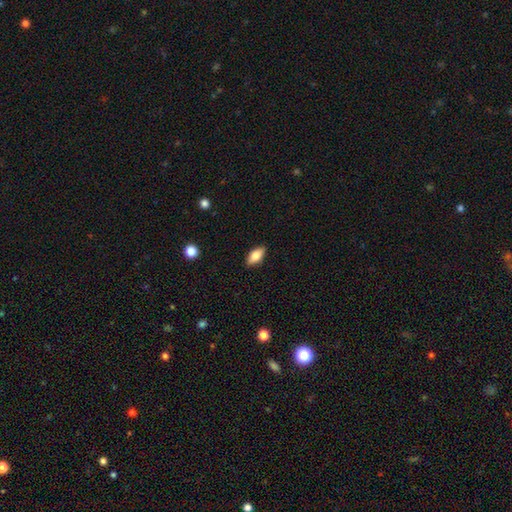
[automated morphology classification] This appears to be a smooth galaxy with no disk features (75%) that is in between round and cigar-shaped (86%). Merging: none (88%).